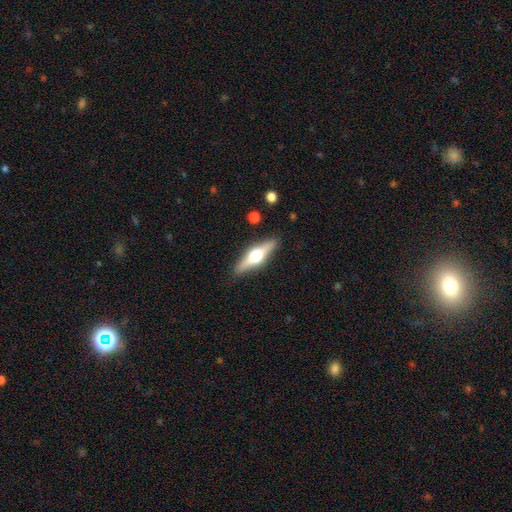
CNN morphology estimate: Smooth or featured? featured or disk (65%)
Edge-on disk? yes (96%)
Edge-on bulge? rounded (96%)
Merging? none (89%)